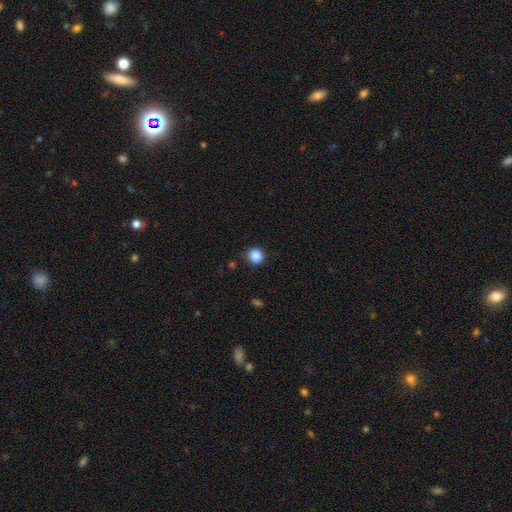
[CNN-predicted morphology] This is clearly a smooth galaxy (87%). How rounded: clearly round (89%). Merging: clearly none (86%).